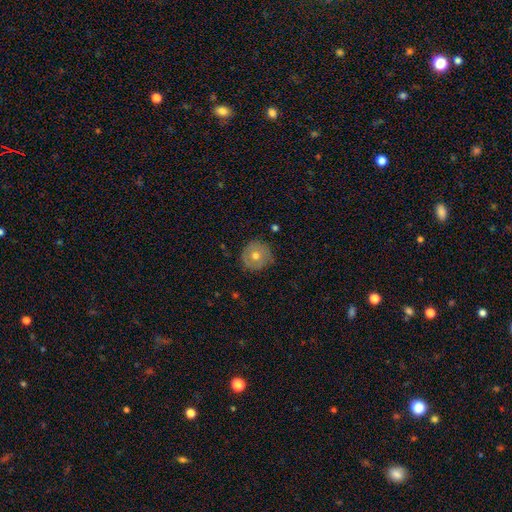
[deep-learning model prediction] Morphology: type=smooth (55%); roundness=round (94%); merging=none (83%).